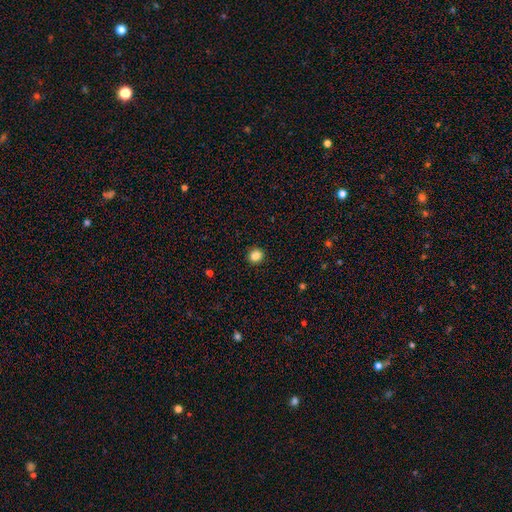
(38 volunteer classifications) Overall: smooth (82%). How rounded: round (90%). Merging: none (100%).